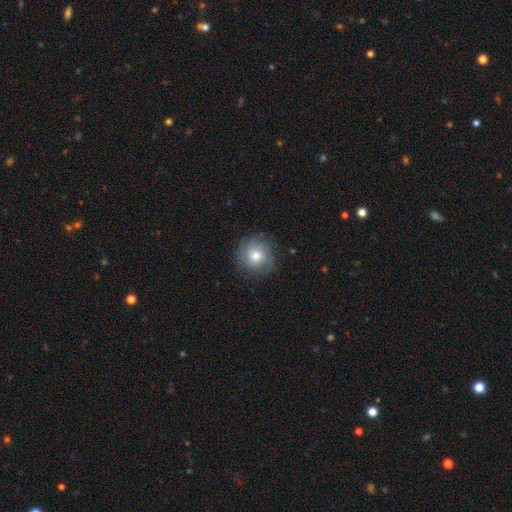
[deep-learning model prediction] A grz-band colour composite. It shows a smooth galaxy with no disk features (51%) that is round (92%). Merging: none (82%).